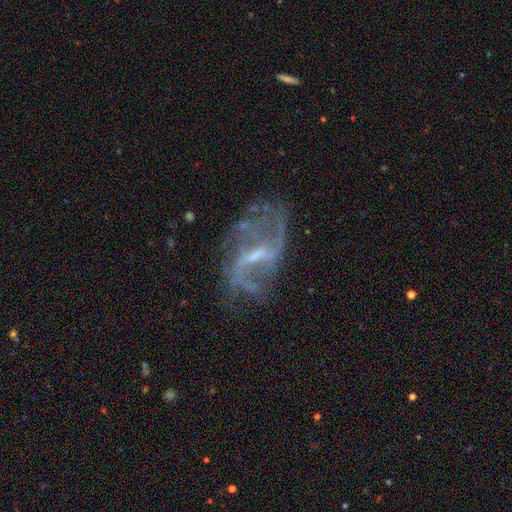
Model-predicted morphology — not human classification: type=featured or disk (84%); edge-on=no (96%); bar=weak (52%); spiral arms=yes (85%); winding=loose (61%); arm count=2 (60%); bulge=small (53%); merging=none (53%).